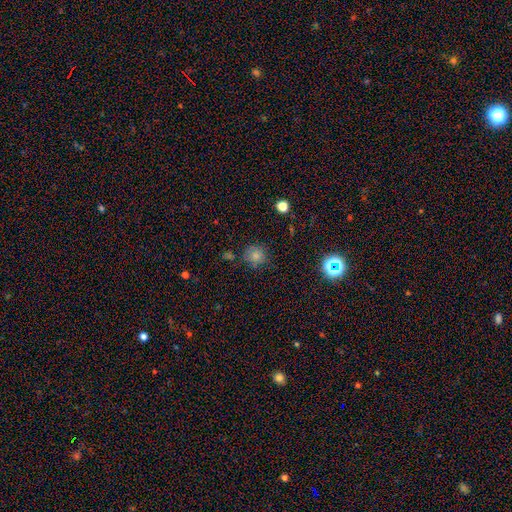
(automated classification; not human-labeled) Overall: smooth (74%). How rounded: round (89%). Merging: none (78%).